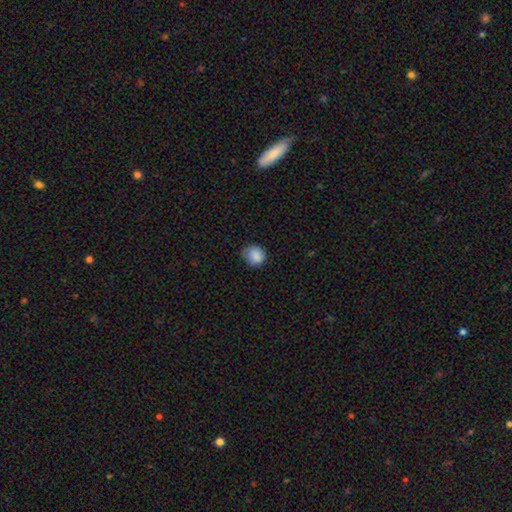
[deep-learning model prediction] This appears to be a smooth galaxy with no disk features (86%) that is round (71%). Merging: none (66%).